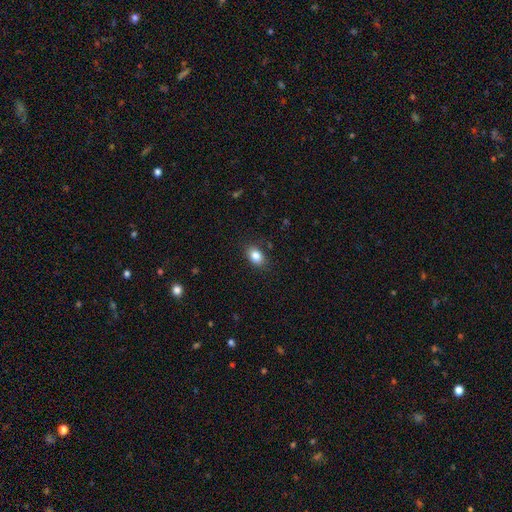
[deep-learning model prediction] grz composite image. It shows a smooth galaxy with no disk features (85%) that is in between round and cigar-shaped (80%). Merging: none (85%).